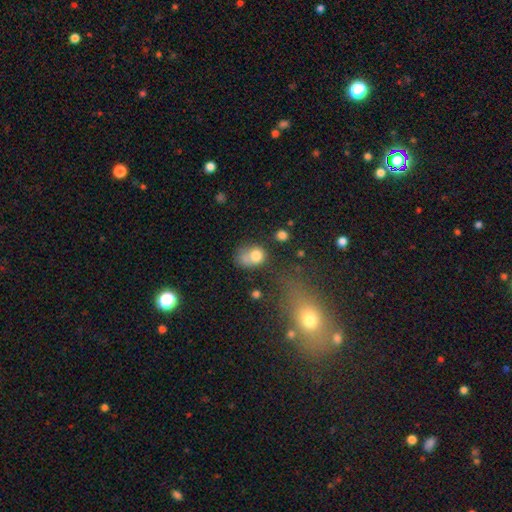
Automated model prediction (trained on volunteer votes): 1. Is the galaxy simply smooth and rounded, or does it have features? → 75% smooth, 14% featured or disk, 11% star or artifact.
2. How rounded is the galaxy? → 50% in between, 49% round, 1% cigar-shaped.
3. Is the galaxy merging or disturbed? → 33% none, 26% merger, 21% minor disturbance, 20% major disturbance.